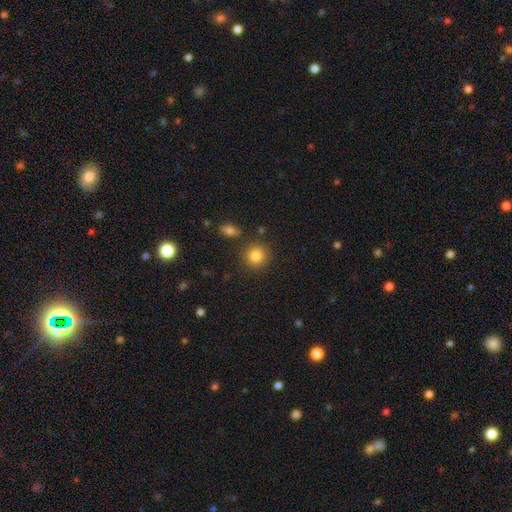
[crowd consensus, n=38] Smooth or featured? smooth (87%)
How rounded? round (91%)
Merging? none (83%)